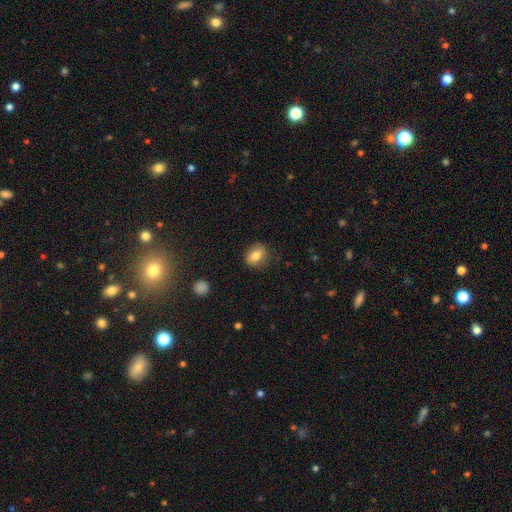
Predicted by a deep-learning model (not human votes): A smooth galaxy with no disk features (79%) that is in between round and cigar-shaped (67%).

Vote fractions:
- Smooth or featured? smooth: 79% / featured or disk: 13% / star or artifact: 9%
- How rounded? in between: 67% / round: 31% / cigar-shaped: 2%
- Merging? none: 82% / minor disturbance: 13% / major disturbance: 3% / merger: 1%